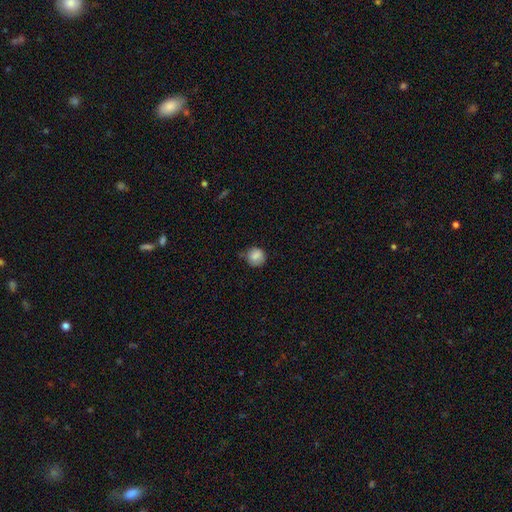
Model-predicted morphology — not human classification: A smooth galaxy with no disk features (83%) that is round (85%).

Vote fractions:
- Smooth or featured? smooth: 83% / star or artifact: 9% / featured or disk: 8%
- How rounded? round: 85% / in between: 14% / cigar-shaped: 1%
- Merging? none: 64% / minor disturbance: 28% / major disturbance: 5% / merger: 2%